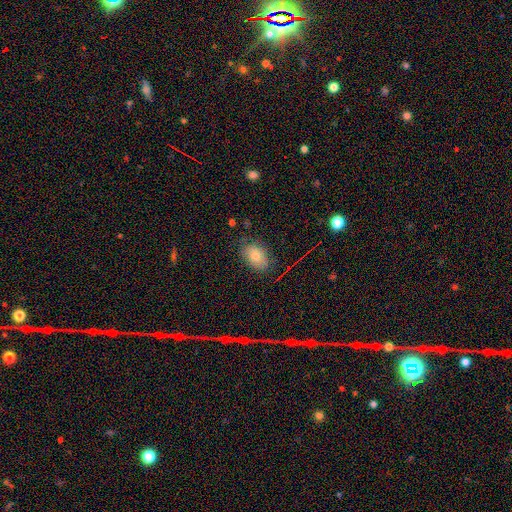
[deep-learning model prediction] Morphology: type=smooth (76%); roundness=in between (83%); merging=none (76%).